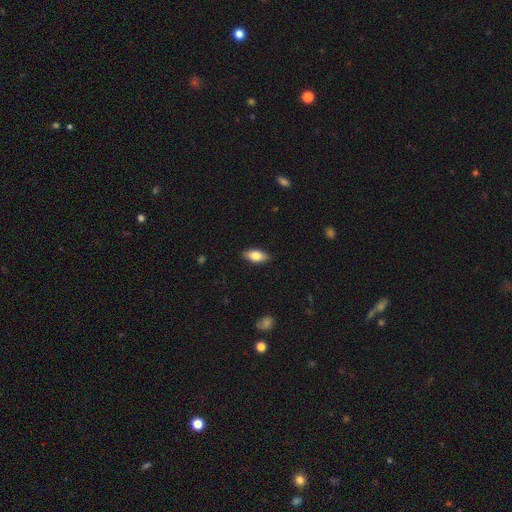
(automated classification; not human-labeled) A smooth galaxy with no disk features (77%) that is in between round and cigar-shaped (87%). Merging: none (88%).